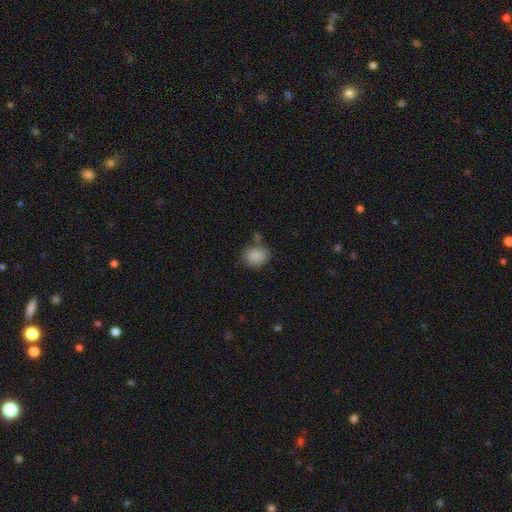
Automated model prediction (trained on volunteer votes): smooth 88%, star or artifact 8%, featured or disk 4%. Down the decision tree: how rounded — round (70%); merging — none (72%).